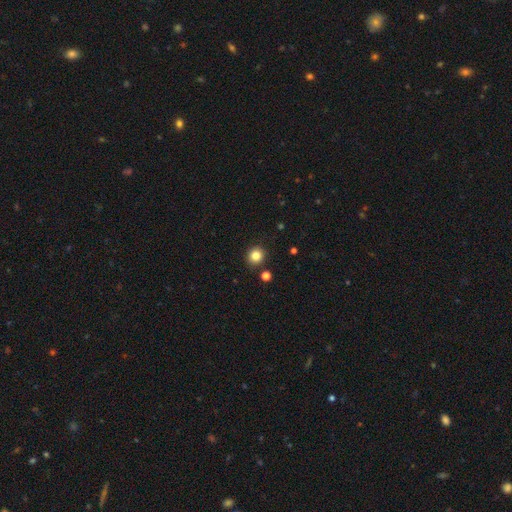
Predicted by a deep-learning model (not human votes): smooth_or_featured: smooth (p=0.83) [alt: star or artifact p=0.12]
how_rounded: round (p=0.90) [alt: in between p=0.09]
merging: none (p=0.89) [alt: minor disturbance p=0.07]